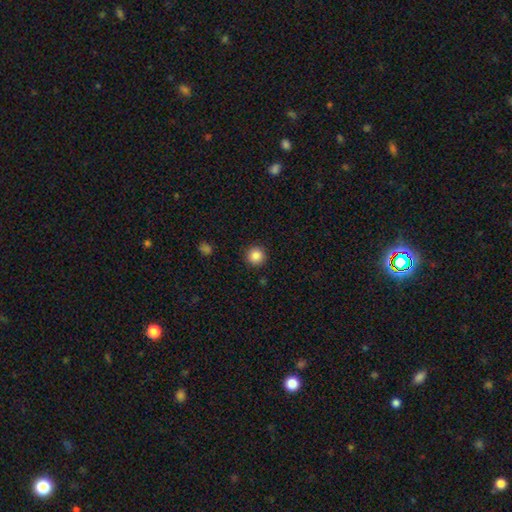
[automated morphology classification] type=smooth (87%); roundness=round (95%); merging=none (92%).